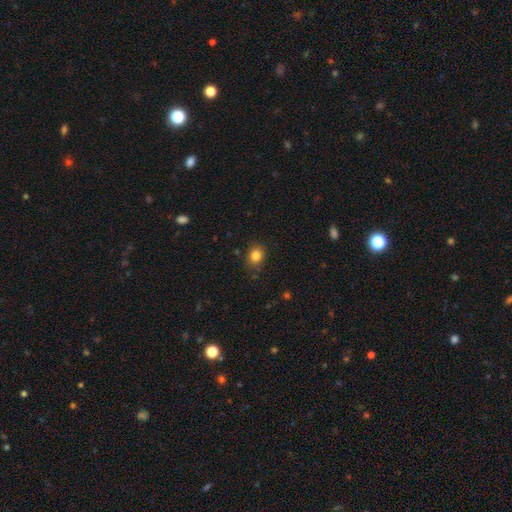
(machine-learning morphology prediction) Smooth or featured? Predicted: smooth (p=0.84). How rounded? Predicted: round (p=0.65). Merging? Predicted: none (p=0.83).